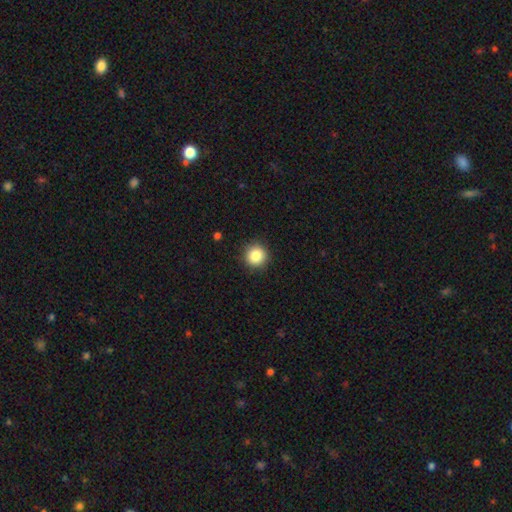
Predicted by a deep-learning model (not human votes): Morphology: type=smooth (85%); roundness=round (95%); merging=none (92%).